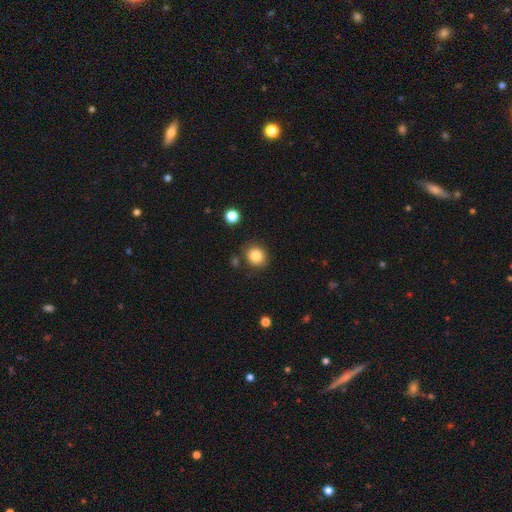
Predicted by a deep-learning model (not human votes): Smooth or featured?
  - smooth: 85% *
  - star or artifact: 10%
  - featured or disk: 5%
How rounded?
  - round: 80% *
  - in between: 19%
  - cigar-shaped: 1%
Merging?
  - none: 83% *
  - minor disturbance: 10%
  - merger: 4%
  - major disturbance: 3%